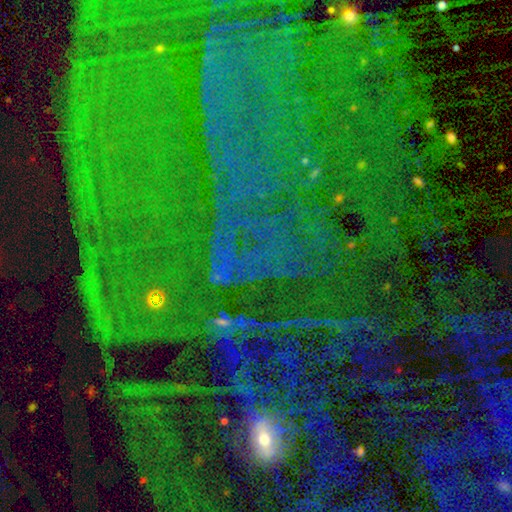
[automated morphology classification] smooth-or-featured: star or artifact: 84% | featured or disk: 8% | smooth: 8%